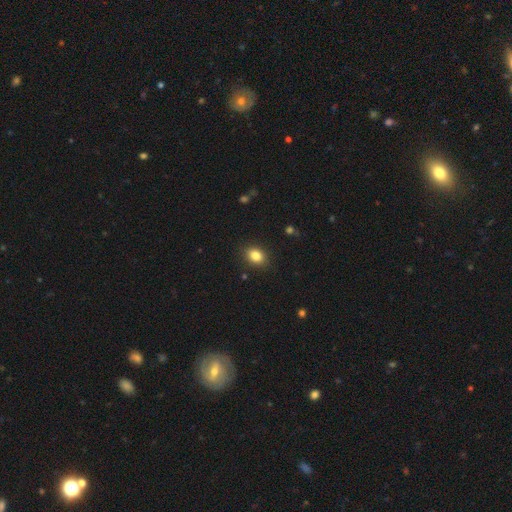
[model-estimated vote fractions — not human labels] Smooth or featured? smooth (84%)
How rounded? in between (66%)
Merging? none (87%)